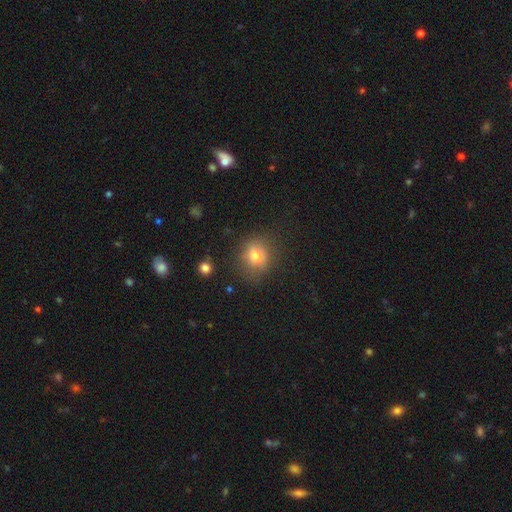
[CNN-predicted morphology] smooth_or_featured: smooth (p=0.76) [alt: featured or disk p=0.13]
how_rounded: round (p=0.59) [alt: in between p=0.40]
merging: none (p=0.72) [alt: minor disturbance p=0.19]